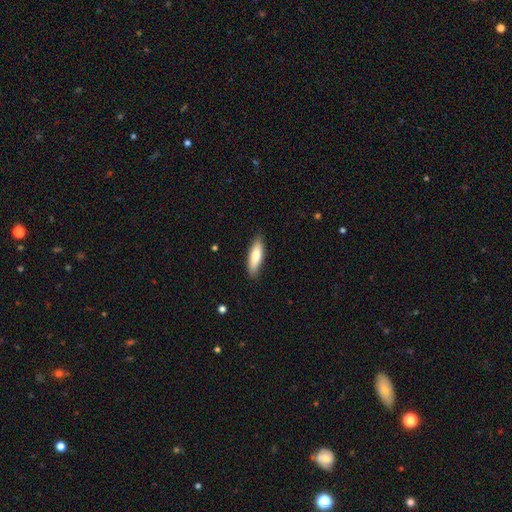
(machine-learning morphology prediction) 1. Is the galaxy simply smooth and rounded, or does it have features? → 76% smooth, 18% featured or disk, 6% star or artifact.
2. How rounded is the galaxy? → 49% in between (tied), 49% cigar-shaped (tied), 2% round.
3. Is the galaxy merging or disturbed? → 86% none, 11% minor disturbance, 2% major disturbance, 1% merger.